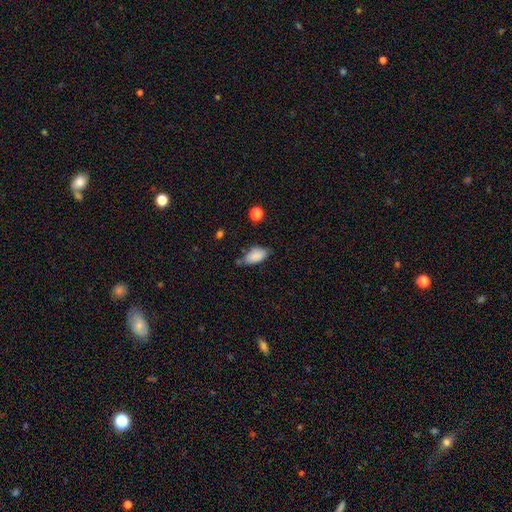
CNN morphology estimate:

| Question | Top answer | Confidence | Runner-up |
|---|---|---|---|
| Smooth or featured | smooth | 86% | star or artifact (8%) |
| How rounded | in between | 91% | cigar-shaped (5%) |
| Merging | none | 56% | minor disturbance (31%) |